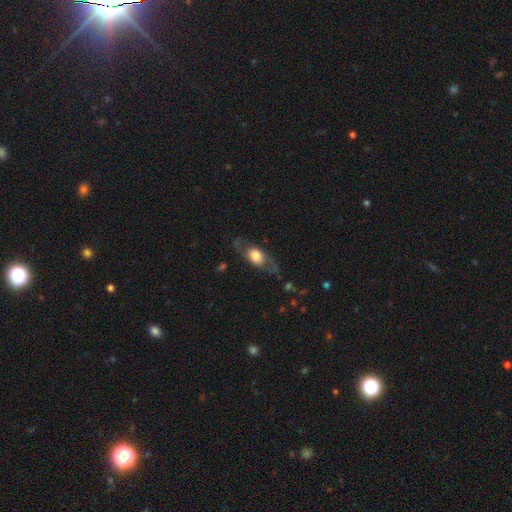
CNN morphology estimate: A smooth galaxy with no disk features (53%) that is in between round and cigar-shaped (67%).

Vote fractions:
- Smooth or featured? smooth: 53% / featured or disk: 40% / star or artifact: 7%
- How rounded? in between: 67% / round: 22% / cigar-shaped: 12%
- Merging? none: 68% / minor disturbance: 18% / major disturbance: 12% / merger: 2%